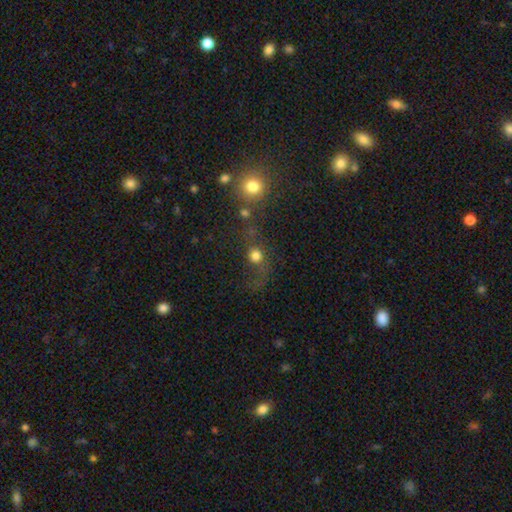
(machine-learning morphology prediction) smooth 65%, star or artifact 18%, featured or disk 16%. Down the decision tree: how rounded — round (83%); merging — none (45%).